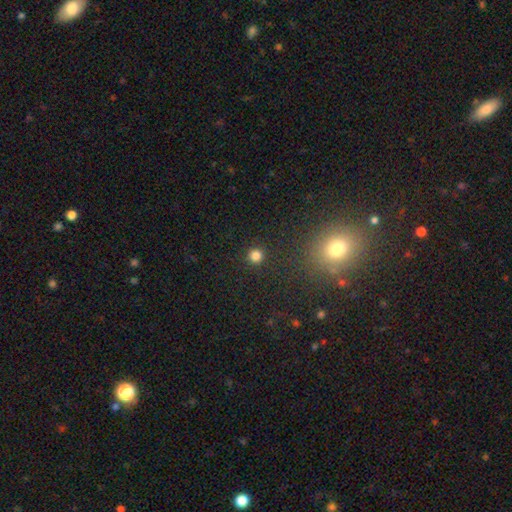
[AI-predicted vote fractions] This is clearly a smooth galaxy (81%). How rounded: clearly round (94%). Merging: clearly none (92%).